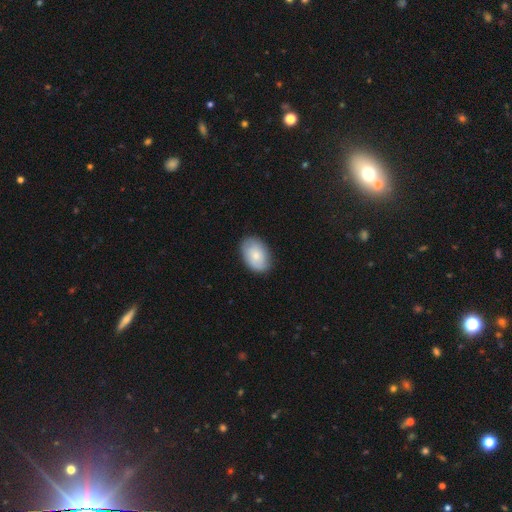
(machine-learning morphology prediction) smooth 76%, featured or disk 18%, star or artifact 6%. Down the decision tree: how rounded — in between (85%); merging — none (82%).